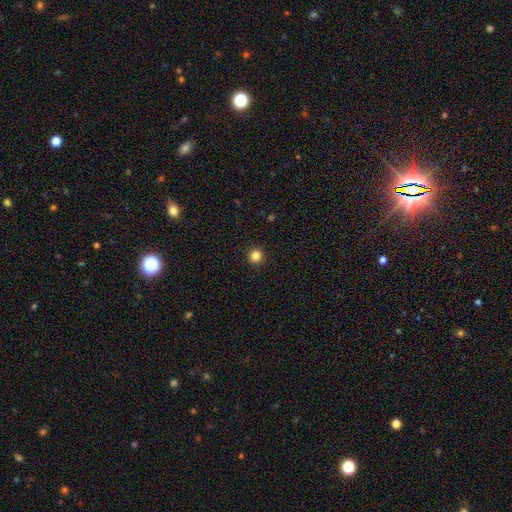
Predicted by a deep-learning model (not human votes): Smooth or featured?
  - smooth: 84% *
  - star or artifact: 12%
  - featured or disk: 4%
How rounded?
  - round: 96% *
  - in between: 3%
  - cigar-shaped: 1%
Merging?
  - none: 93% *
  - minor disturbance: 4%
  - major disturbance: 2%
  - merger: 1%